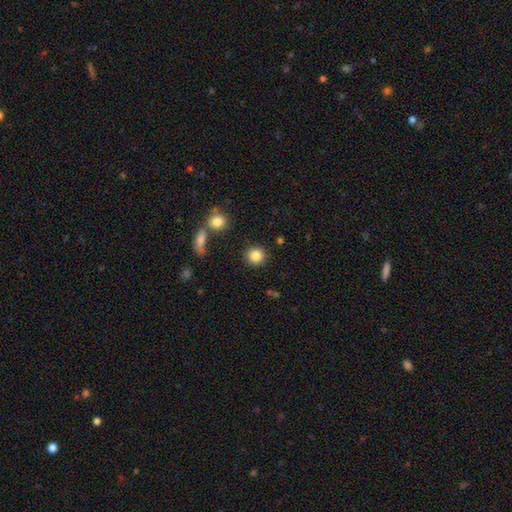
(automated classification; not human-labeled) The model was most divided on "smooth or featured": smooth: 85%, star or artifact: 10%, featured or disk: 5%. More confident: how rounded — round (92%); merging — none (88%).